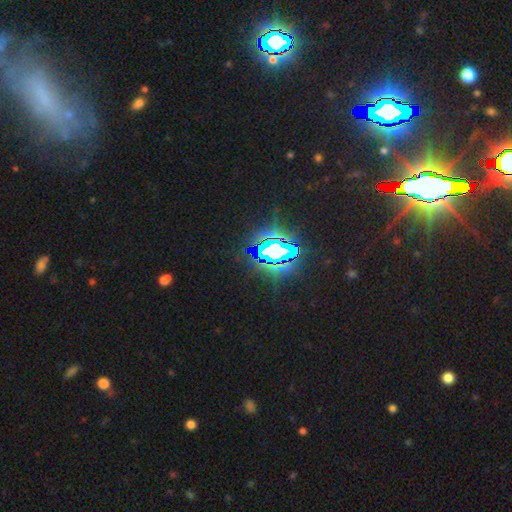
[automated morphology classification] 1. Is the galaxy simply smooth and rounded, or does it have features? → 82% star or artifact, 10% smooth, 9% featured or disk.